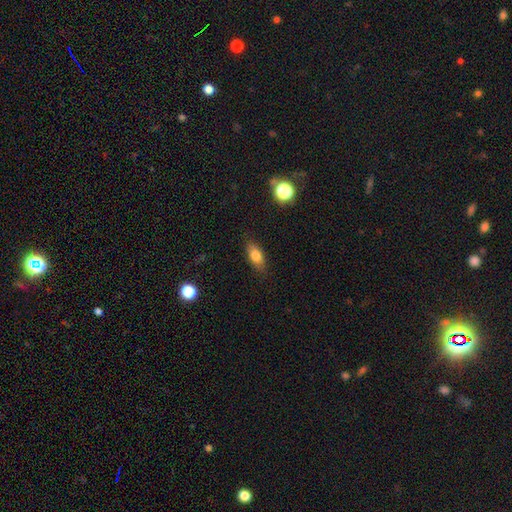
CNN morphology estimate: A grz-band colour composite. It shows a smooth galaxy with no disk features (78%) that is in between round and cigar-shaped (80%). Merging: none (85%).